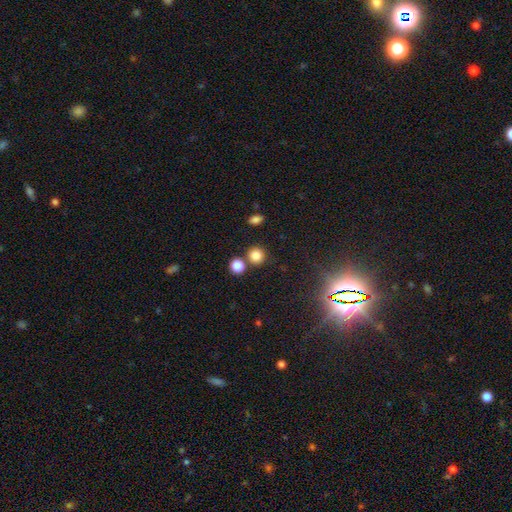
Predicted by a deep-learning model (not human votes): smooth_or_featured: smooth (p=0.83) [alt: star or artifact p=0.13]
how_rounded: round (p=0.89) [alt: in between p=0.10]
merging: none (p=0.75) [alt: merger p=0.14]